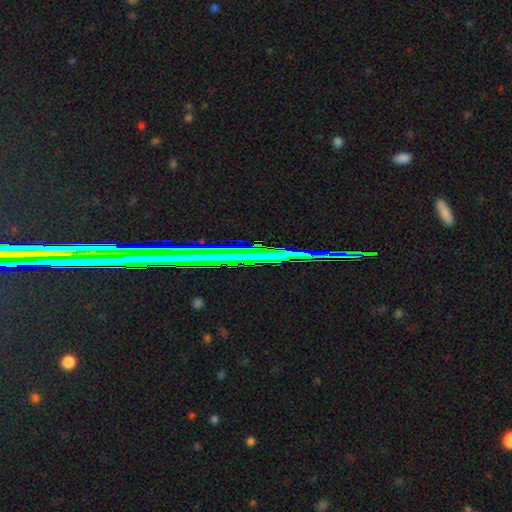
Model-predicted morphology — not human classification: Overall: star or artifact (62%; featured or disk 25%).